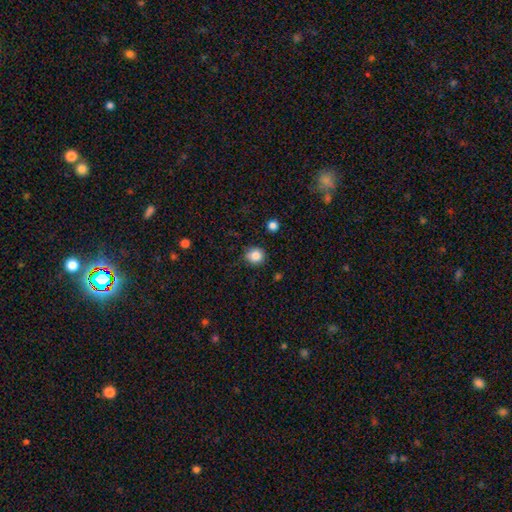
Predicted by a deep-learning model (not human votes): Smooth or featured: smooth — 86% (star or artifact — 10%)
How rounded: round — 89% (in between — 10%)
Merging: none — 83% (minor disturbance — 12%)